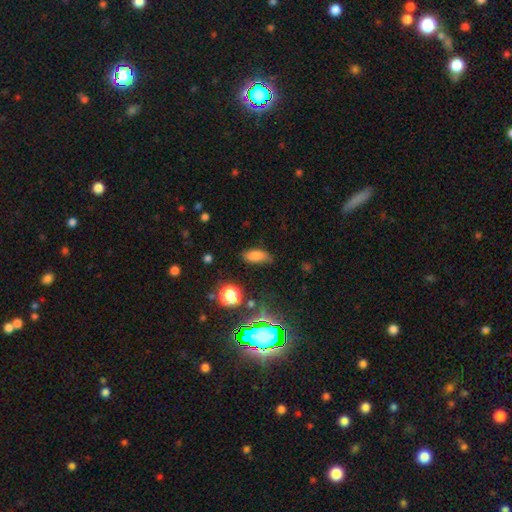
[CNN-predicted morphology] smooth 76%, star or artifact 16%, featured or disk 8%. Down the decision tree: how rounded — in between (85%); merging — none (75%).